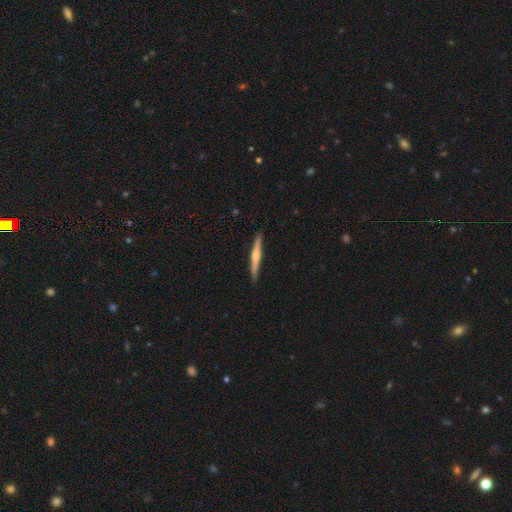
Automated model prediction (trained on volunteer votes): Morphology: type=featured or disk (58%); edge-on=yes (98%); edge-on bulge=rounded (67%); merging=none (90%).